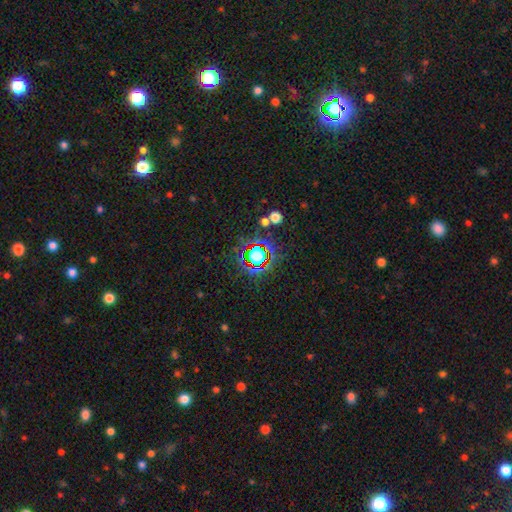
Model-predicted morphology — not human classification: A star or artifact, not a galaxy (66%).